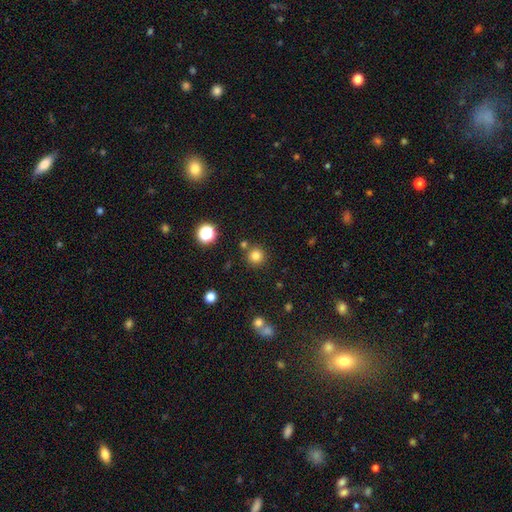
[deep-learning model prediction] This appears to be a smooth galaxy with no disk features (81%) that is round (95%). Merging: none (83%).